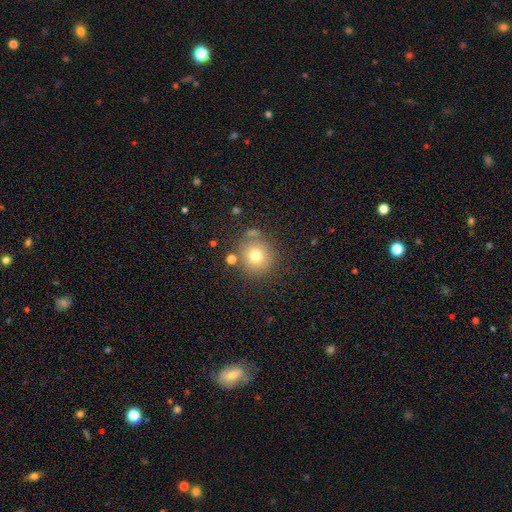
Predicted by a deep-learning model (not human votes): Morphology: type=smooth (74%); roundness=round (92%); merging=none (78%).